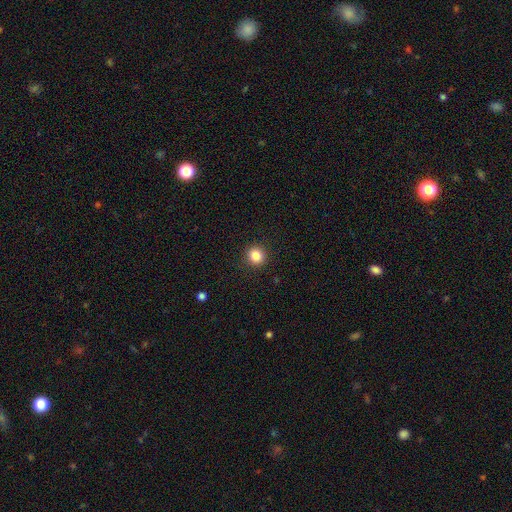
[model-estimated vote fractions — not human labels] Smooth or featured? smooth (85%)
How rounded? round (91%)
Merging? none (92%)